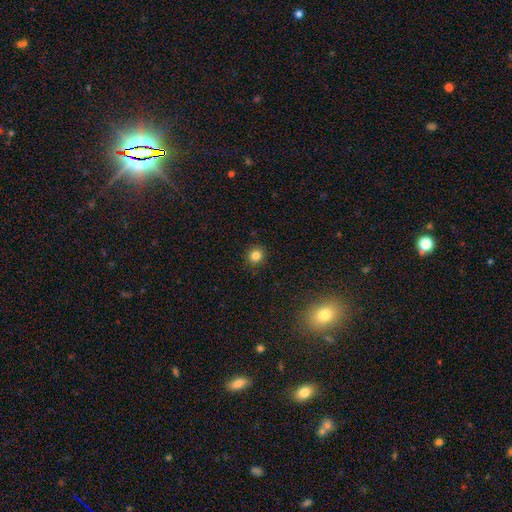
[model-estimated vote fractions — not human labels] Morphology: type=smooth (83%); roundness=round (86%); merging=none (91%).